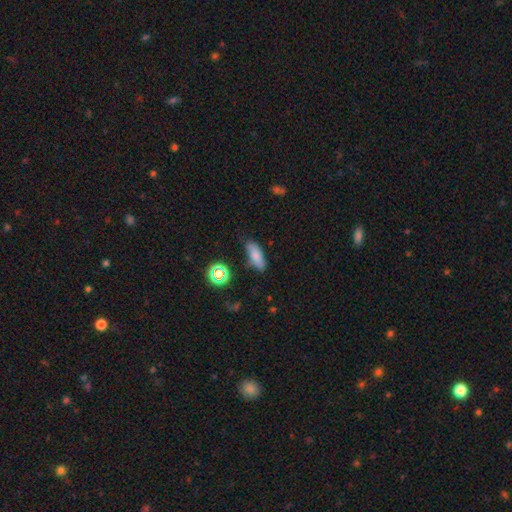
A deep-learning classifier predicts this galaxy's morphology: smooth_or_featured: smooth (p=0.76) [alt: star or artifact p=0.12]
how_rounded: in between (p=0.68) [alt: cigar-shaped p=0.28]
merging: none (p=0.68) [alt: minor disturbance p=0.23]